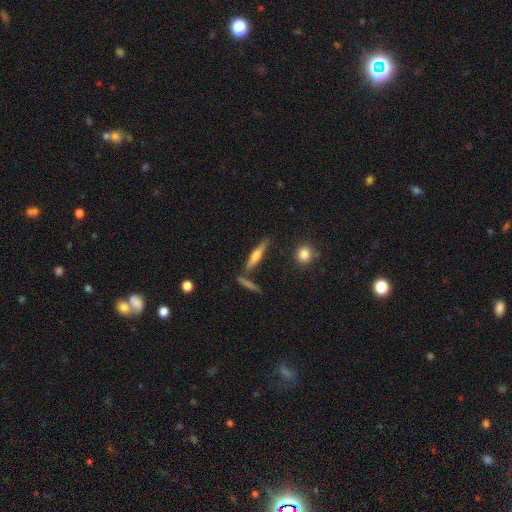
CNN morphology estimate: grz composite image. It shows a featured or disk galaxy (48%). Merging: none (76%).